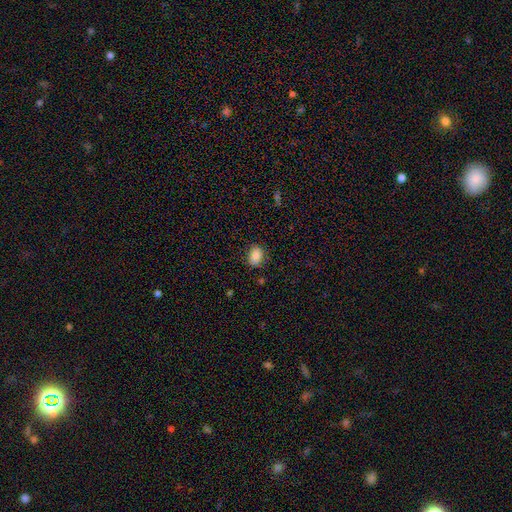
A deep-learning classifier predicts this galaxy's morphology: A smooth galaxy with no disk features (85%) that is in between round and cigar-shaped (72%).

Vote fractions:
- Smooth or featured? smooth: 85% / star or artifact: 9% / featured or disk: 6%
- How rounded? in between: 72% / round: 27% / cigar-shaped: 1%
- Merging? none: 80% / minor disturbance: 15% / major disturbance: 3% / merger: 1%